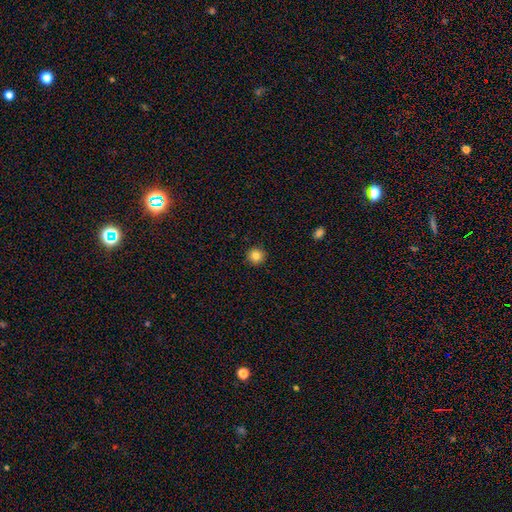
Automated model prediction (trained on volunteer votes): Morphology: type=smooth (84%); roundness=round (95%); merging=none (92%).